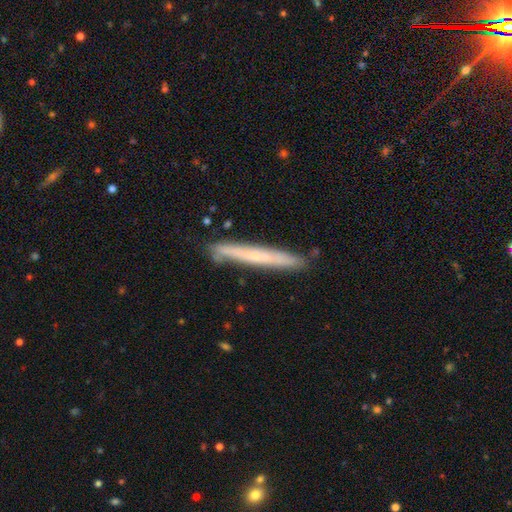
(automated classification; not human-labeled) smooth-or-featured: smooth: 48% | featured or disk: 46% | star or artifact: 6%
  merging: none: 85% | minor disturbance: 12% | major disturbance: 2% | merger: 2%